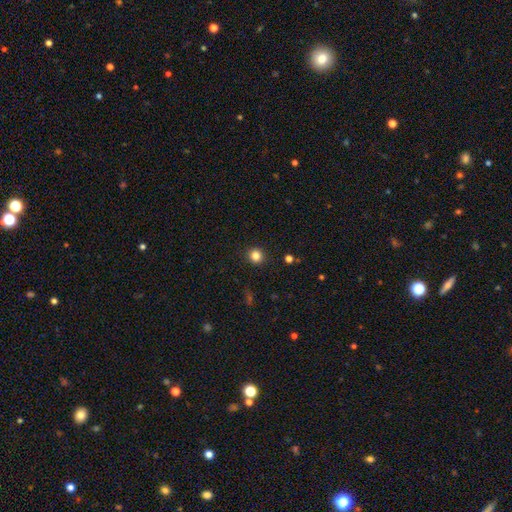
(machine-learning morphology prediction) smooth-or-featured: smooth: 83% | star or artifact: 12% | featured or disk: 5%
  how-rounded: round: 92% | in between: 7% | cigar-shaped: 1%
  merging: none: 92% | minor disturbance: 5% | major disturbance: 2% | merger: 1%